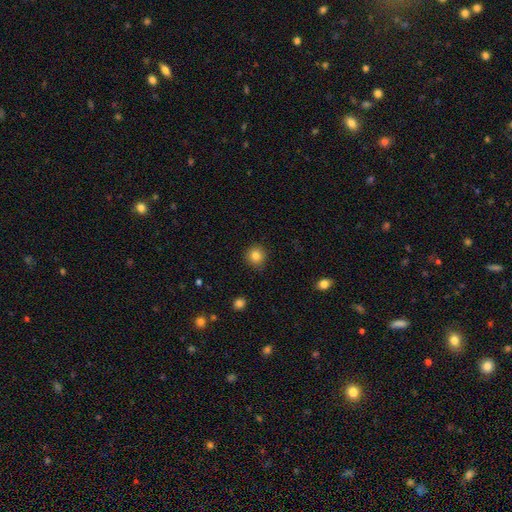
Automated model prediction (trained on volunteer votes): This appears to be a smooth galaxy with no disk features (83%) that is round (93%). Merging: none (90%).